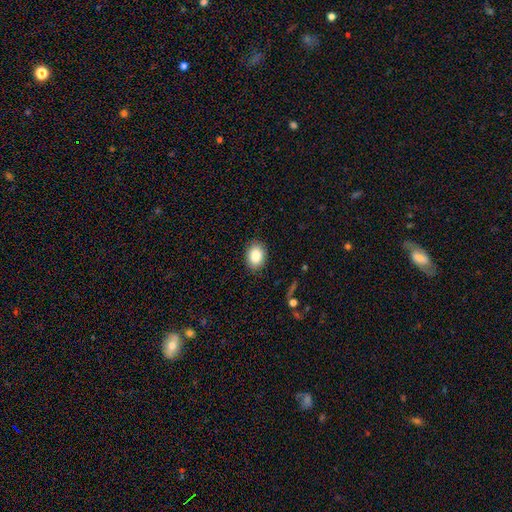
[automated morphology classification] Smooth or featured?
  - smooth: 86% *
  - star or artifact: 8%
  - featured or disk: 6%
How rounded?
  - in between: 73% *
  - round: 26%
  - cigar-shaped: 1%
Merging?
  - none: 87% *
  - minor disturbance: 10%
  - major disturbance: 3%
  - merger: 1%